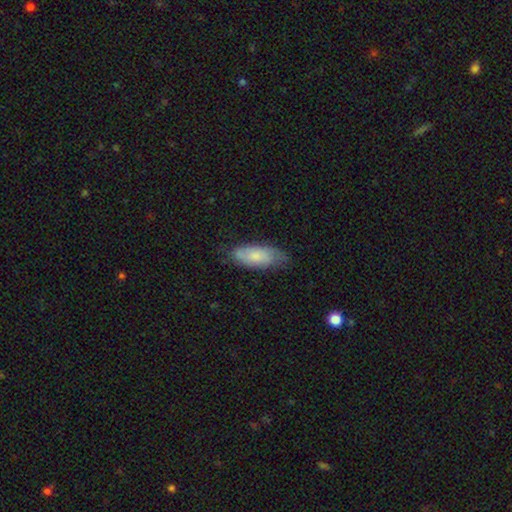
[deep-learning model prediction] Smooth or featured? smooth (71%)
How rounded? in between (79%)
Merging? none (65%)